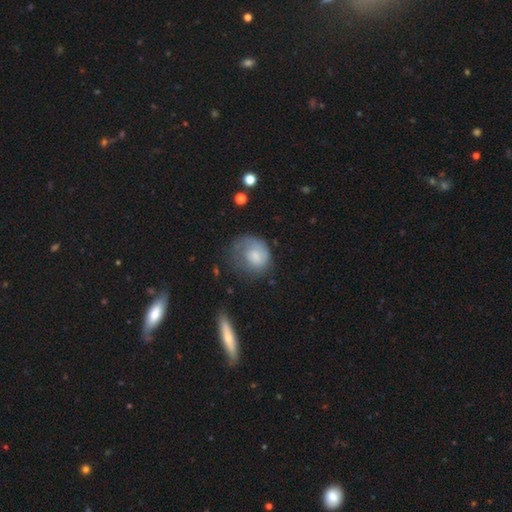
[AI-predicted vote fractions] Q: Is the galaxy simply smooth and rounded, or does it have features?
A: smooth — 59%.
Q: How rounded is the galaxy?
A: round — 60%.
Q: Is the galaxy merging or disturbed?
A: major disturbance — 36%.